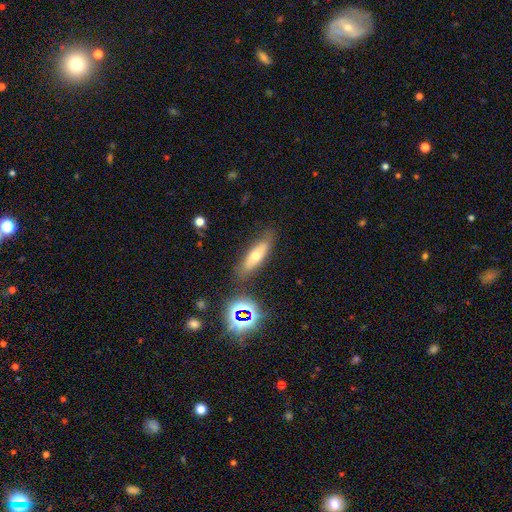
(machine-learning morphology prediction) A smooth galaxy with no disk features (50%).

Vote fractions:
- Smooth or featured? smooth: 50% / featured or disk: 35% / star or artifact: 15%
- Merging? none: 79% / minor disturbance: 13% / major disturbance: 4% / merger: 4%